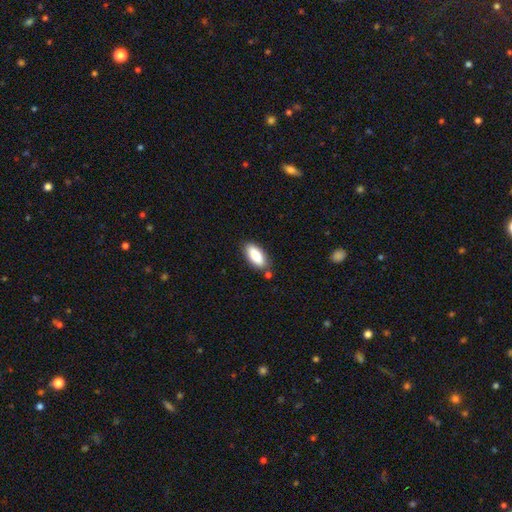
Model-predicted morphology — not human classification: Q: Smooth or featured?
A: smooth (88%); runner-up: featured or disk (6%)
Q: How rounded?
A: in between (86%); runner-up: cigar-shaped (12%)
Q: Merging?
A: none (79%); runner-up: minor disturbance (13%)